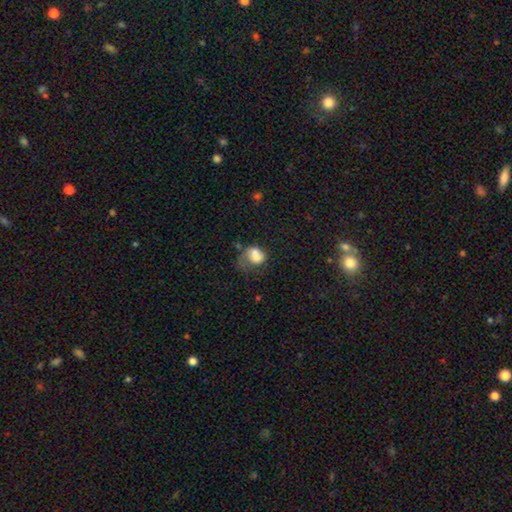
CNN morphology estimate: This appears to be a smooth galaxy with no disk features (67%) that is in between round and cigar-shaped (56%). Merging: major disturbance (40%).